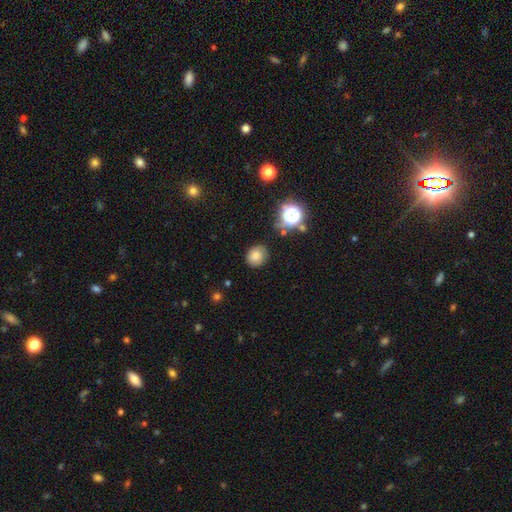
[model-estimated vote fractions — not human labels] The model was most divided on "how rounded": round: 75%, in between: 25%, cigar-shaped: 1%. More confident: merging — none (77%); smooth or featured — smooth (75%).